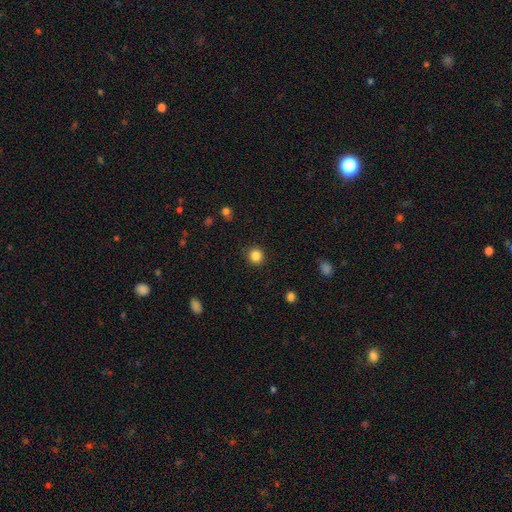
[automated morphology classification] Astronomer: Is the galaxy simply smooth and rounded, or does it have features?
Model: smooth — 85%.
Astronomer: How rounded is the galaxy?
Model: round — 92%.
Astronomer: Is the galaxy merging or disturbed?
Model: none — 91%.